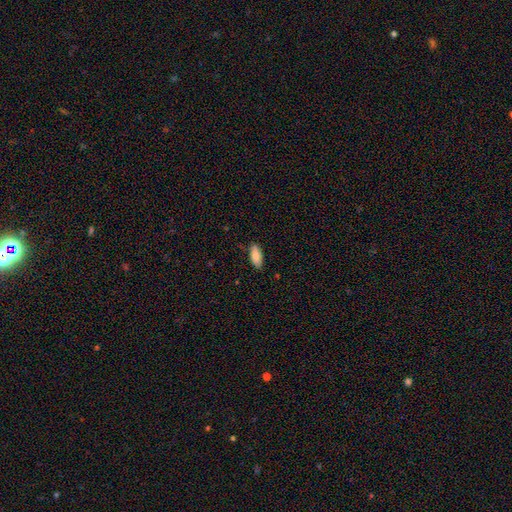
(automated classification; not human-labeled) This appears to be a smooth galaxy with no disk features (84%) that is in between round and cigar-shaped (86%). Merging: none (84%).